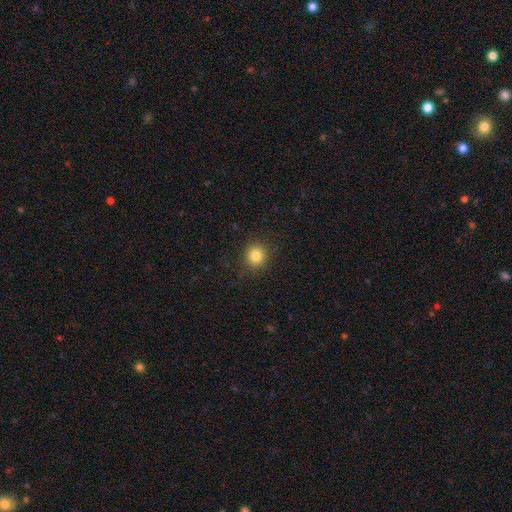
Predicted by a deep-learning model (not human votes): Q: Smooth or featured?
A: smooth (83%); runner-up: star or artifact (12%)
Q: How rounded?
A: round (89%); runner-up: in between (10%)
Q: Merging?
A: none (89%); runner-up: minor disturbance (7%)